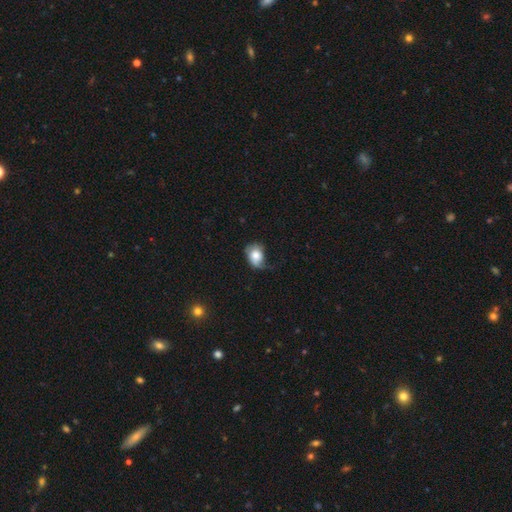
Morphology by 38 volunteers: Smooth or featured: smooth — 68% (featured or disk — 24%)
How rounded: in between — 85% (round — 15%)
Merging: major disturbance — 46% (minor disturbance — 34%)